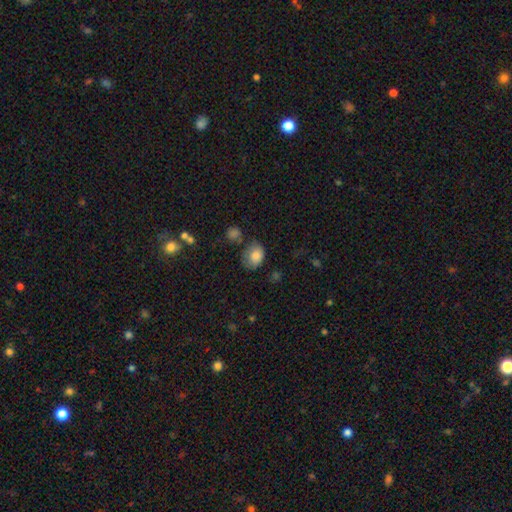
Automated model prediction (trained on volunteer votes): Smooth or featured: smooth — 82% (featured or disk — 9%)
How rounded: in between — 65% (round — 34%)
Merging: none — 49% (minor disturbance — 32%)